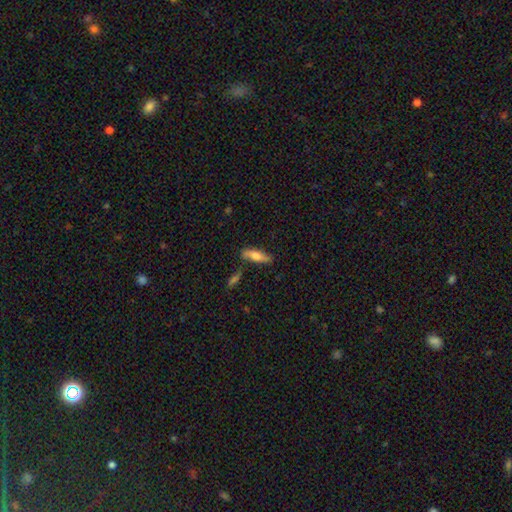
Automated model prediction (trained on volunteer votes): smooth 66%, featured or disk 27%, star or artifact 7%. Down the decision tree: how rounded — in between (51%); merging — none (64%).